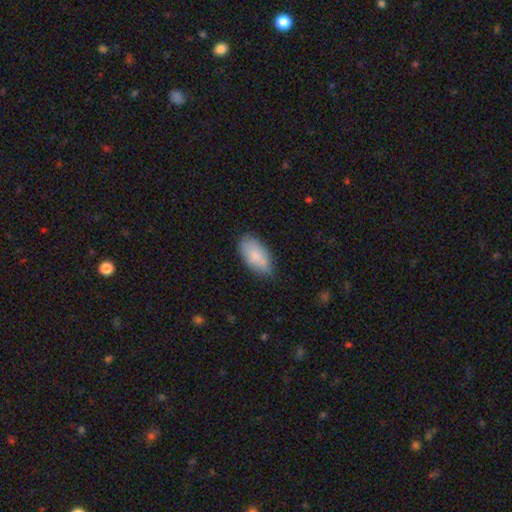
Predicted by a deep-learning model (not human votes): smooth_or_featured: smooth (p=0.80) [alt: featured or disk p=0.14]
how_rounded: in between (p=0.94) [alt: cigar-shaped p=0.03]
merging: none (p=0.70) [alt: minor disturbance p=0.24]